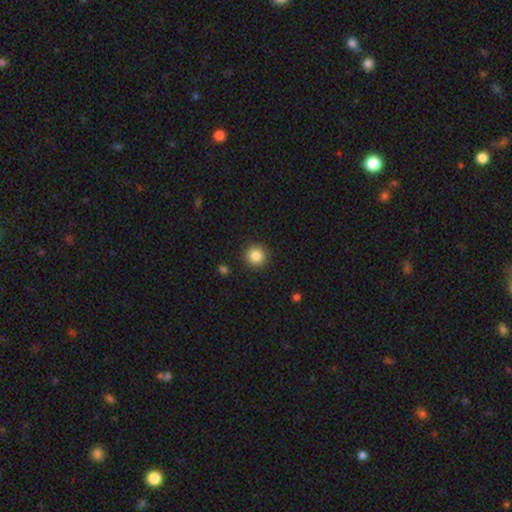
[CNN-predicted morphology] Smooth or featured? Predicted: smooth (p=0.86). How rounded? Predicted: round (p=0.94). Merging? Predicted: none (p=0.91).